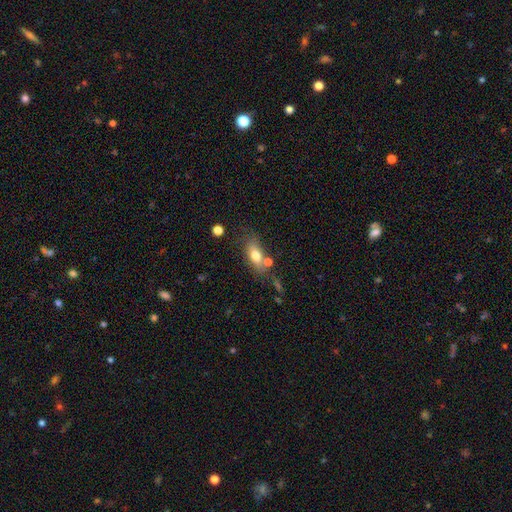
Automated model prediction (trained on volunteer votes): smooth 74%, featured or disk 18%, star or artifact 8%. Down the decision tree: how rounded — in between (81%); merging — none (59%).